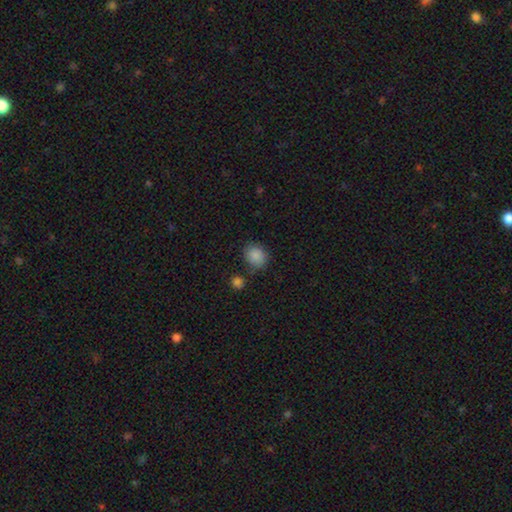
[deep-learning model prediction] Morphology: type=smooth (86%); roundness=round (69%); merging=none (74%).